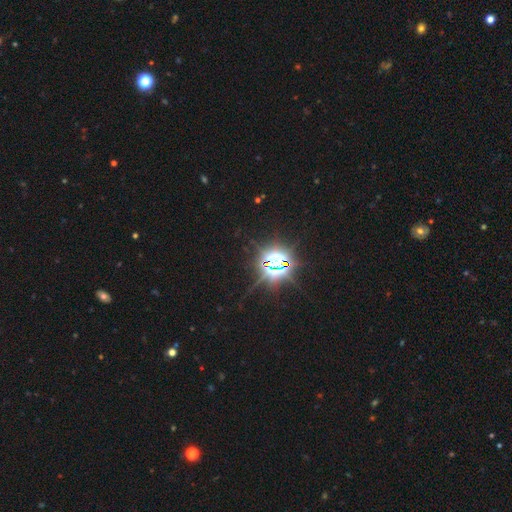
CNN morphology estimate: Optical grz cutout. It shows a star or artifact, not a galaxy (86%).